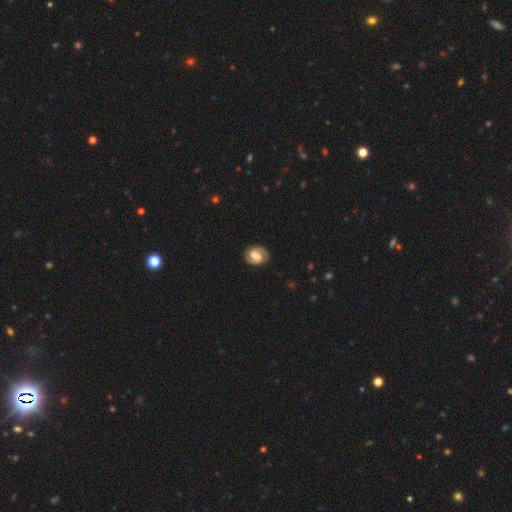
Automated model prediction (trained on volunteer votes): Morphology: type=featured or disk (63%); edge-on=no (97%); bar=weak (47%); spiral arms=yes (88%); winding=medium (43%); arm count=2 (84%); bulge=large (34%); merging=none (80%).